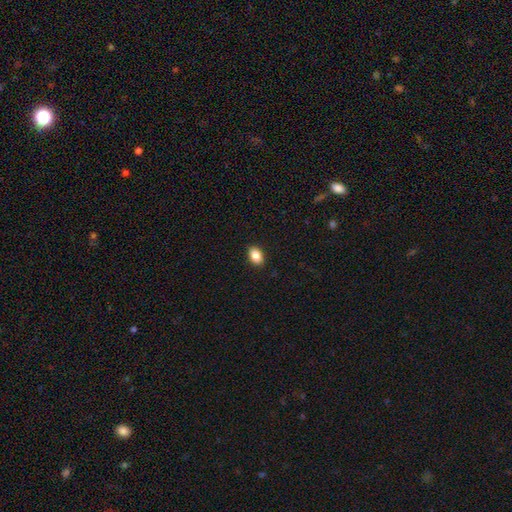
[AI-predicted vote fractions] A smooth galaxy with no disk features (86%) that is in between round and cigar-shaped (85%).

Vote fractions:
- Smooth or featured? smooth: 86% / star or artifact: 8% / featured or disk: 5%
- How rounded? in between: 85% / round: 13% / cigar-shaped: 1%
- Merging? none: 90% / minor disturbance: 7% / major disturbance: 2% / merger: 1%